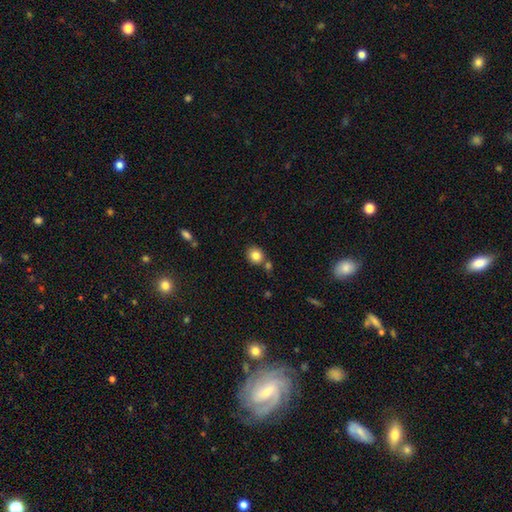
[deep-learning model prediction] Smooth or featured? Predicted: smooth (p=0.83). How rounded? Predicted: round (p=0.75). Merging? Predicted: none (p=0.70).